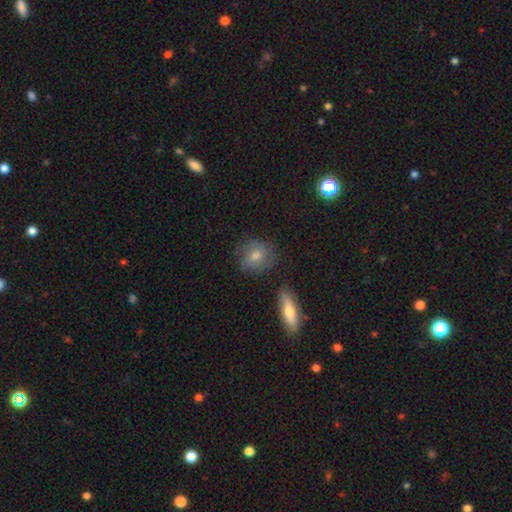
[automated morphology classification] Smooth or featured? smooth (51%)
How rounded? round (66%)
Merging? none (78%)